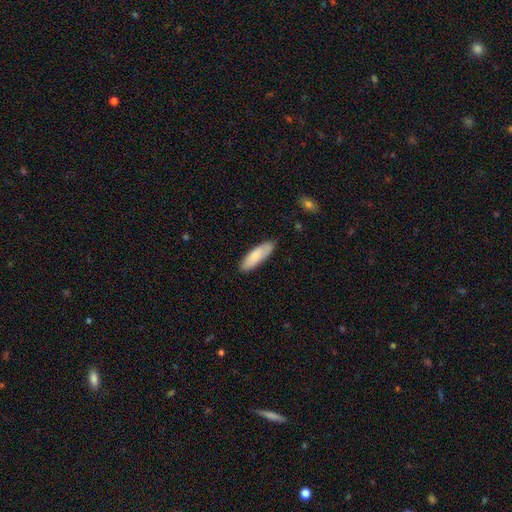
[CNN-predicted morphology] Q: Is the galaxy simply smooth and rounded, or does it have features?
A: smooth — 83%.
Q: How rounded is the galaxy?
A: in between — 53%.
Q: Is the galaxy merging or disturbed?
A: none — 86%.